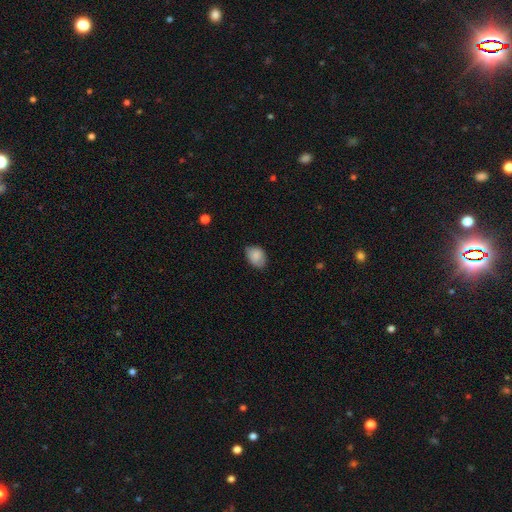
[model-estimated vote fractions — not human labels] The model was most divided on "merging": none: 70%, minor disturbance: 25%, major disturbance: 4%, merger: 1%. More confident: smooth or featured — smooth (87%); how rounded — in between (77%).